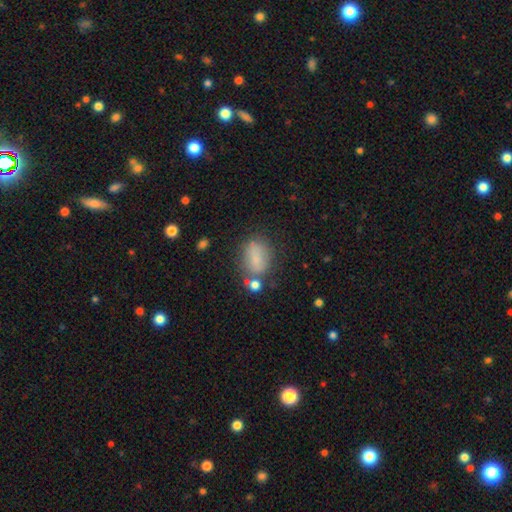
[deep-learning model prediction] smooth-or-featured: smooth: 75% | featured or disk: 15% | star or artifact: 11%
  how-rounded: in between: 75% | round: 21% | cigar-shaped: 3%
  merging: none: 57% | minor disturbance: 21% | merger: 13% | major disturbance: 10%